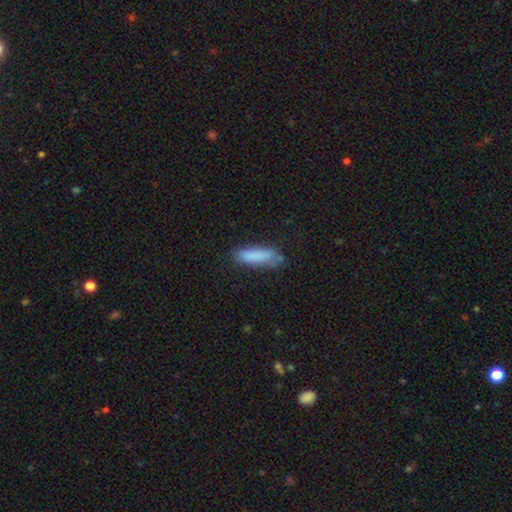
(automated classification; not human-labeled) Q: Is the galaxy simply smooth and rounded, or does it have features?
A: smooth — 82%.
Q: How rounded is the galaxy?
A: cigar-shaped — 64%.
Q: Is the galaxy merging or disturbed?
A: none — 67%.